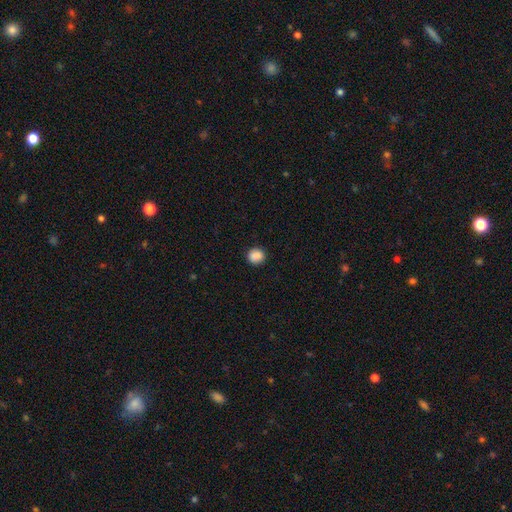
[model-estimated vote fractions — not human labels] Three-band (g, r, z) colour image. It shows a smooth galaxy with no disk features (88%) that is round (85%). Merging: none (87%).